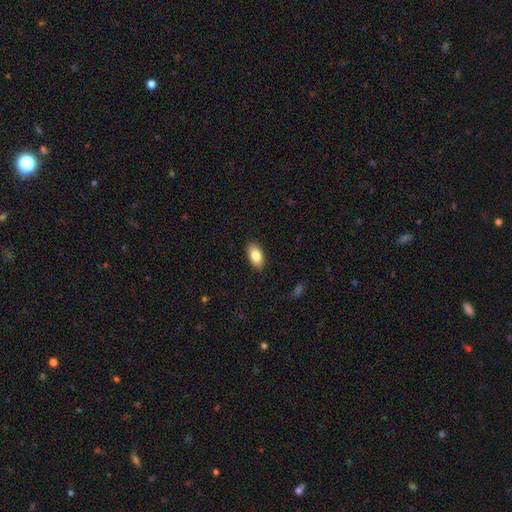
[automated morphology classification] smooth 83%, featured or disk 10%, star or artifact 7%. Down the decision tree: how rounded — in between (92%); merging — none (88%).